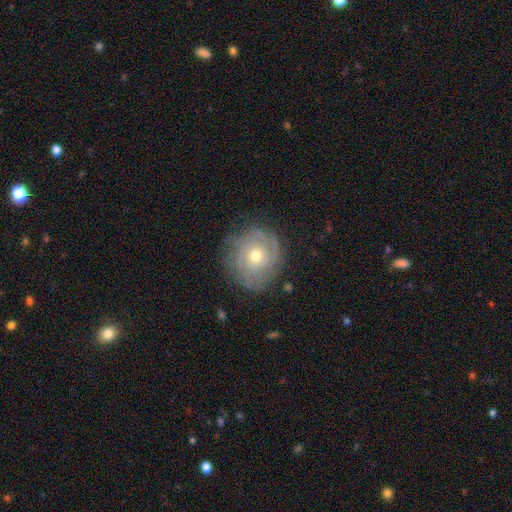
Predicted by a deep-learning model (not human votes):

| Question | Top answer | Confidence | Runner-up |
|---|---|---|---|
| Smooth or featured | featured or disk | 78% | smooth (16%) |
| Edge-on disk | no | 97% | yes (3%) |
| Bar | no | 81% | weak (16%) |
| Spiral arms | yes | 91% | no (9%) |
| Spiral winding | tight | 77% | medium (19%) |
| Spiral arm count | can't tell | 35% | 3 (23%) |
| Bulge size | moderate | 68% | small (27%) |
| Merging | none | 80% | minor disturbance (14%) |